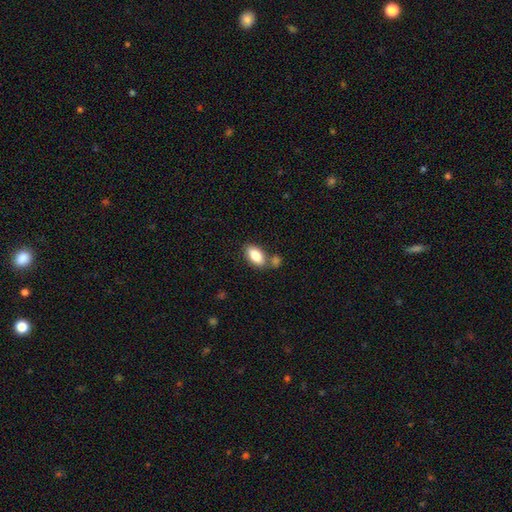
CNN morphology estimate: This appears to be a smooth galaxy with no disk features (85%) that is in between round and cigar-shaped (93%). Merging: none (64%).